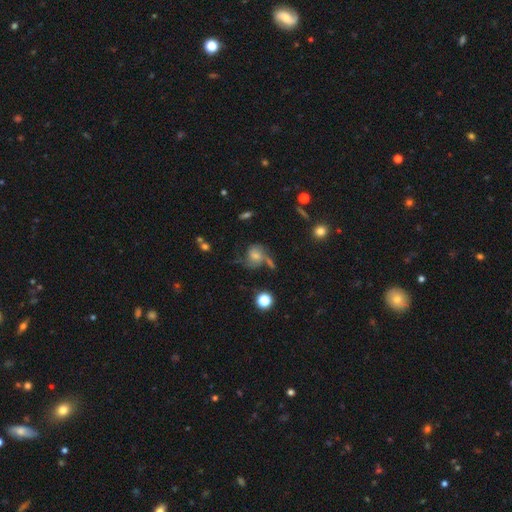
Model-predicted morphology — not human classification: This is possibly a featured or disk galaxy (49%). Merging: marginally none (40%).